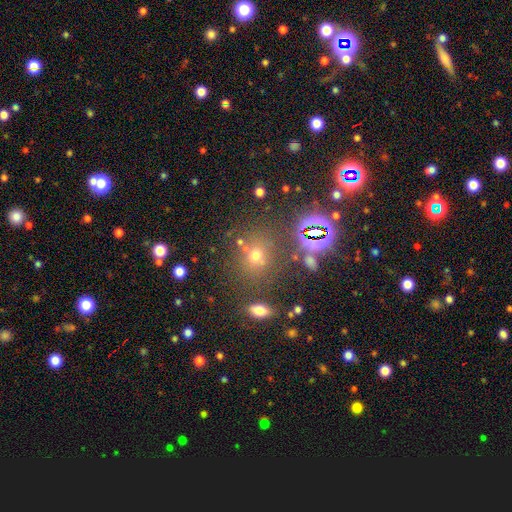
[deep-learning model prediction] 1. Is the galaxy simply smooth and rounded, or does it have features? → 59% smooth, 28% star or artifact, 12% featured or disk.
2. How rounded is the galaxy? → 72% round, 27% in between, 2% cigar-shaped.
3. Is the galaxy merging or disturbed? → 69% none, 13% minor disturbance, 11% merger, 7% major disturbance.